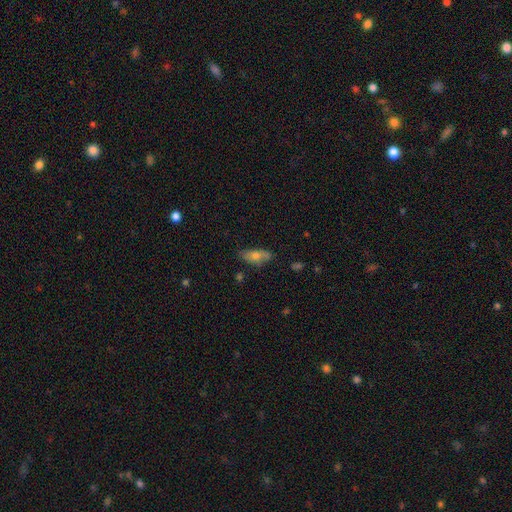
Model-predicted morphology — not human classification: Smooth or featured? smooth (62%)
How rounded? in between (68%)
Merging? none (72%)